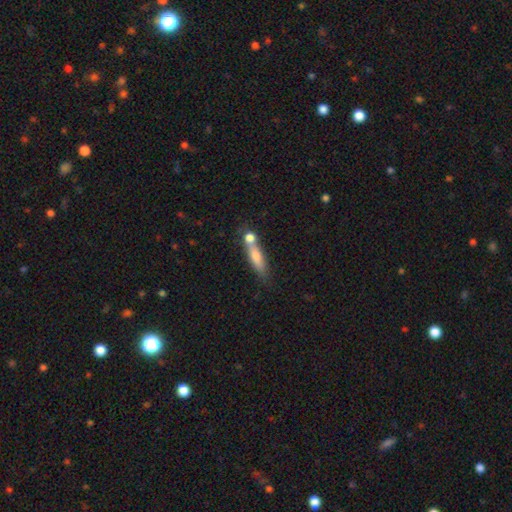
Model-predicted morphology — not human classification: This is likely a smooth galaxy (65%). How rounded: likely cigar-shaped (71%). Merging: possibly none (48%).